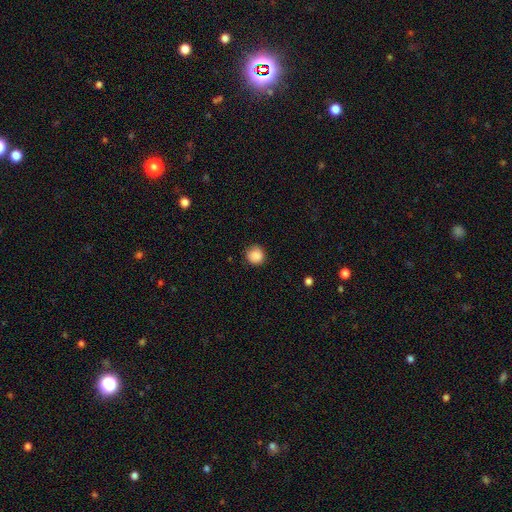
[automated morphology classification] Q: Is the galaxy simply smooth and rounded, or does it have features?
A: smooth — 88%.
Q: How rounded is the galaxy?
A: round — 94%.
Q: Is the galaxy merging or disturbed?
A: none — 88%.